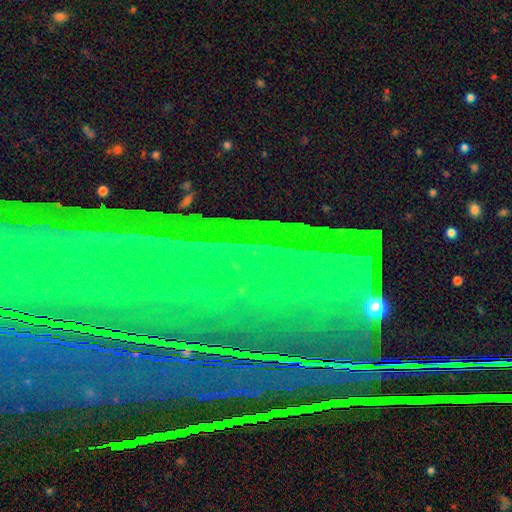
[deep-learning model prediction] Overall: star or artifact (85%).